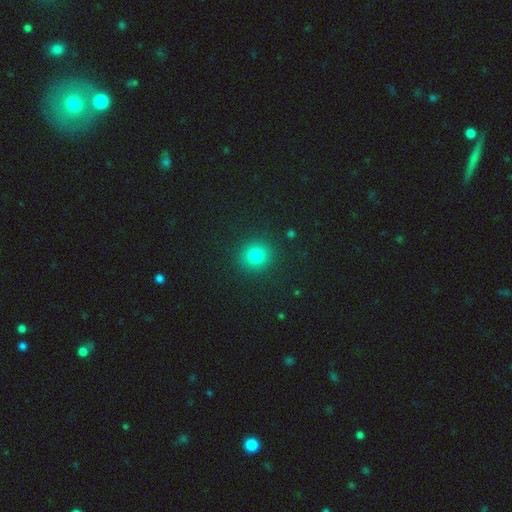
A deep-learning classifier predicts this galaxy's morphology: Smooth or featured? smooth (79%)
How rounded? round (91%)
Merging? none (90%)